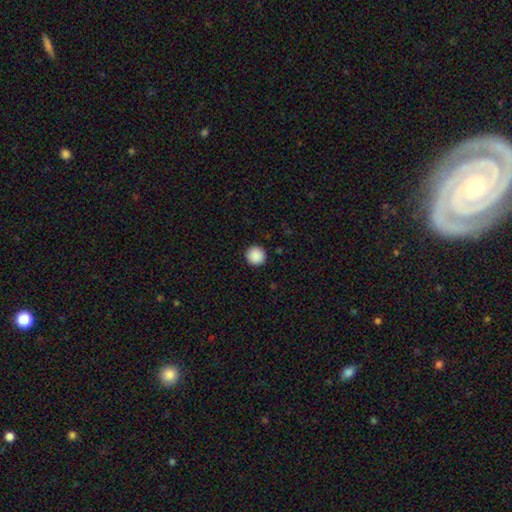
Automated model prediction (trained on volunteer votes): Smooth or featured?
  - smooth: 89% *
  - star or artifact: 8%
  - featured or disk: 2%
How rounded?
  - round: 95% *
  - in between: 4%
  - cigar-shaped: 1%
Merging?
  - none: 92% *
  - minor disturbance: 5%
  - major disturbance: 2%
  - merger: 1%